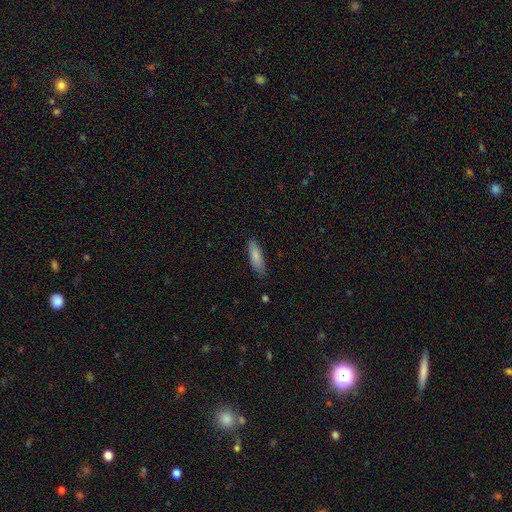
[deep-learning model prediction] smooth_or_featured: smooth (p=0.83) [alt: featured or disk p=0.11]
how_rounded: cigar-shaped (p=0.56) [alt: in between p=0.42]
merging: none (p=0.82) [alt: minor disturbance p=0.14]